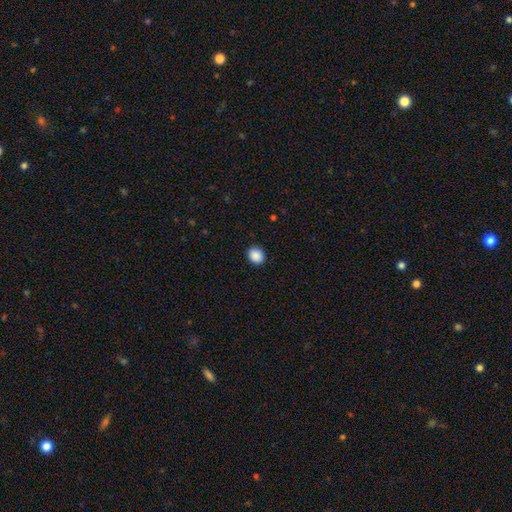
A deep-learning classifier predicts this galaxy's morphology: Smooth or featured?
  - smooth: 89% *
  - star or artifact: 8%
  - featured or disk: 3%
How rounded?
  - round: 60% *
  - in between: 39%
  - cigar-shaped: 1%
Merging?
  - none: 91% *
  - minor disturbance: 7%
  - major disturbance: 2%
  - merger: 1%